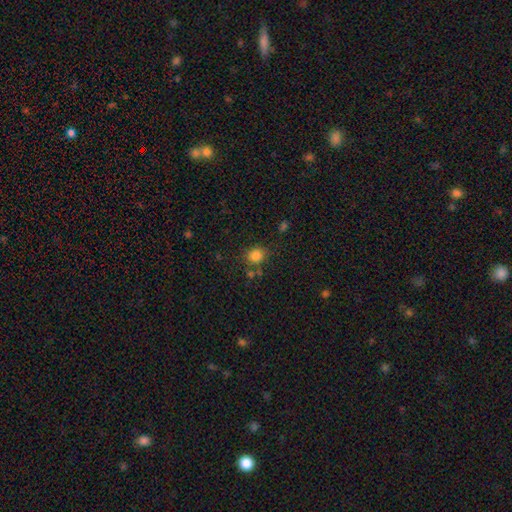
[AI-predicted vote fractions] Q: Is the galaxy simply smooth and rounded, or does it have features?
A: smooth — 83%.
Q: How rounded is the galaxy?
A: round — 78%.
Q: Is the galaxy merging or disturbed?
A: none — 75%.